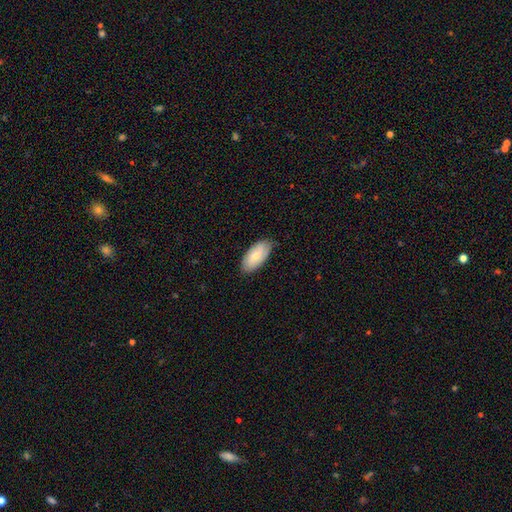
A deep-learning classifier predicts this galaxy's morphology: Smooth or featured?
  - smooth: 68% *
  - featured or disk: 26%
  - star or artifact: 6%
How rounded?
  - in between: 93% *
  - cigar-shaped: 5%
  - round: 2%
Merging?
  - none: 80% *
  - minor disturbance: 17%
  - major disturbance: 2%
  - merger: 1%